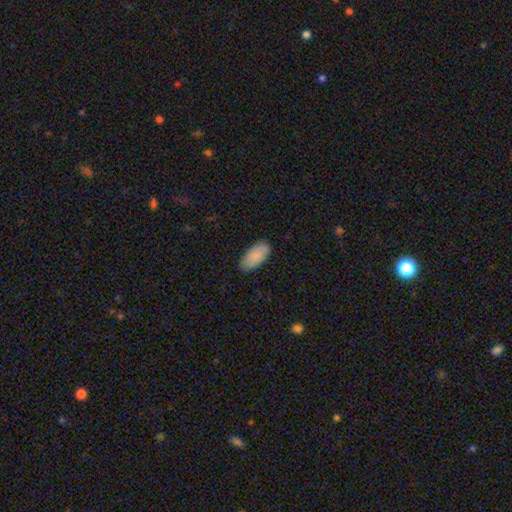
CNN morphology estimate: Smooth or featured?
  - smooth: 86% *
  - featured or disk: 8%
  - star or artifact: 6%
How rounded?
  - in between: 93% *
  - cigar-shaped: 5%
  - round: 2%
Merging?
  - none: 81% *
  - minor disturbance: 15%
  - major disturbance: 3%
  - merger: 1%